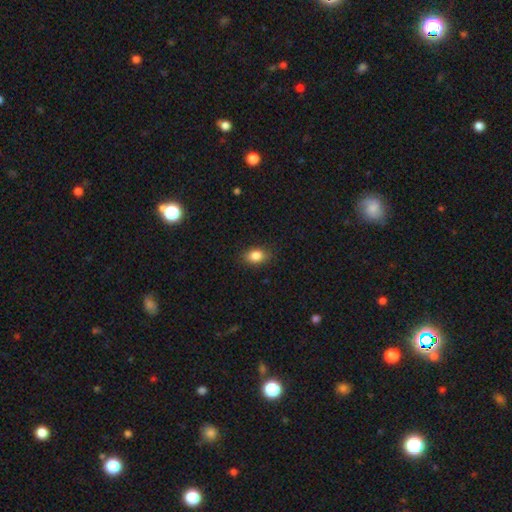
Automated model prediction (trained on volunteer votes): This appears to be a smooth galaxy with no disk features (86%) that is in between round and cigar-shaped (78%). Merging: none (86%).